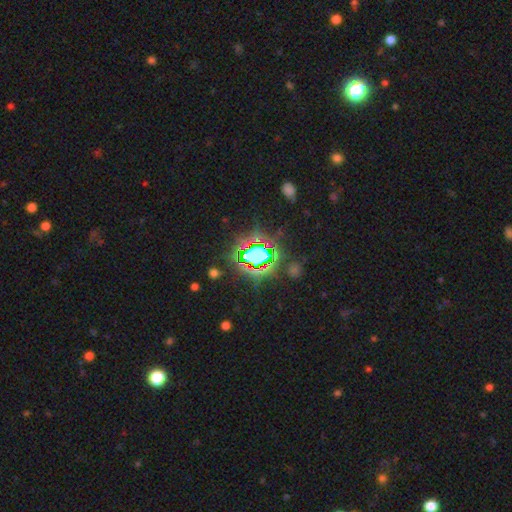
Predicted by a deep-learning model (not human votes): Morphology: type=star or artifact (71%).